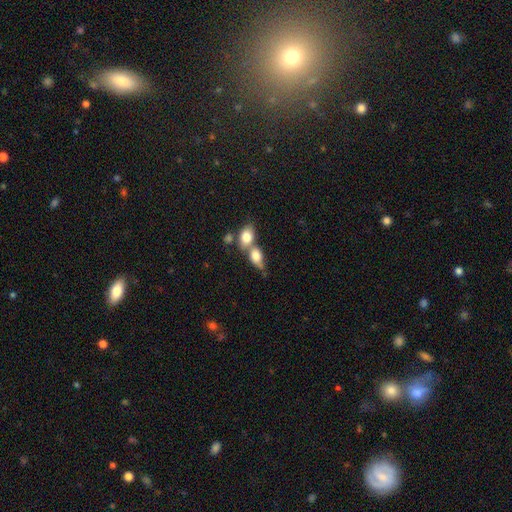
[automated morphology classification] A smooth galaxy with no disk features (77%) that is in between round and cigar-shaped (73%).

Vote fractions:
- Smooth or featured? smooth: 77% / featured or disk: 15% / star or artifact: 8%
- How rounded? in between: 73% / round: 23% / cigar-shaped: 4%
- Merging? merger: 65% / none: 21% / minor disturbance: 8% / major disturbance: 6%